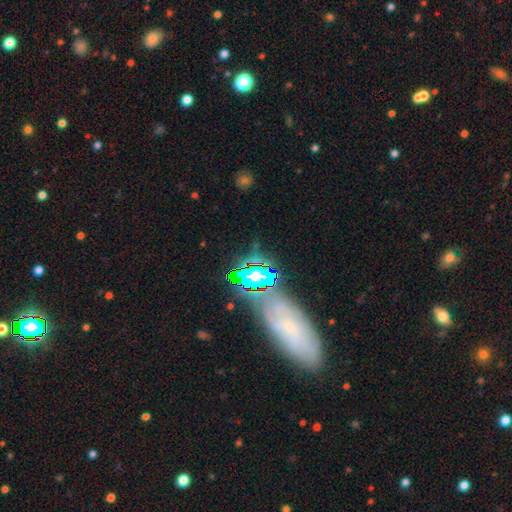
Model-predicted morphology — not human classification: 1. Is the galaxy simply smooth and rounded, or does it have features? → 44% star or artifact, 29% smooth, 27% featured or disk.